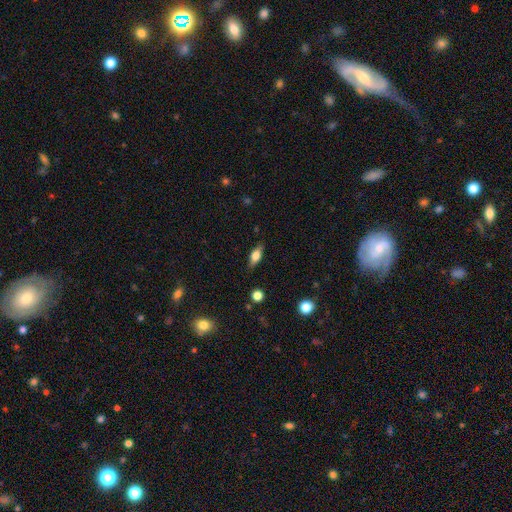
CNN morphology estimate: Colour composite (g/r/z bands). It shows a smooth galaxy with no disk features (69%) that is in between round and cigar-shaped (76%). Merging: none (84%).